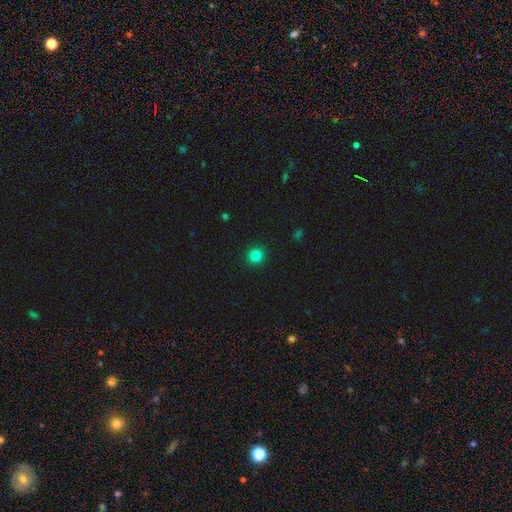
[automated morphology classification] A smooth galaxy with no disk features (83%) that is round (92%). Merging: none (92%).